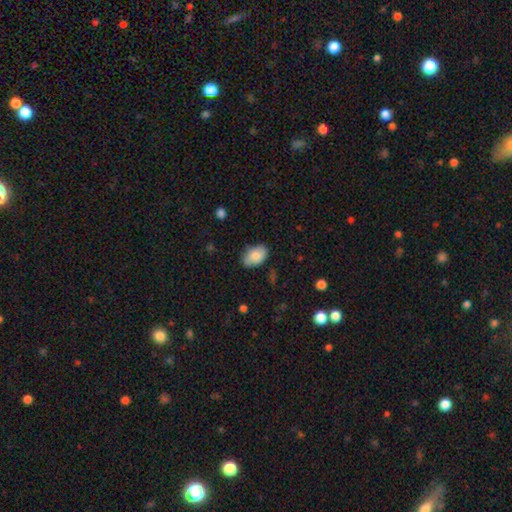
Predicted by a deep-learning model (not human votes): Smooth or featured? Predicted: smooth (p=0.82). How rounded? Predicted: in between (p=0.90). Merging? Predicted: none (p=0.76).